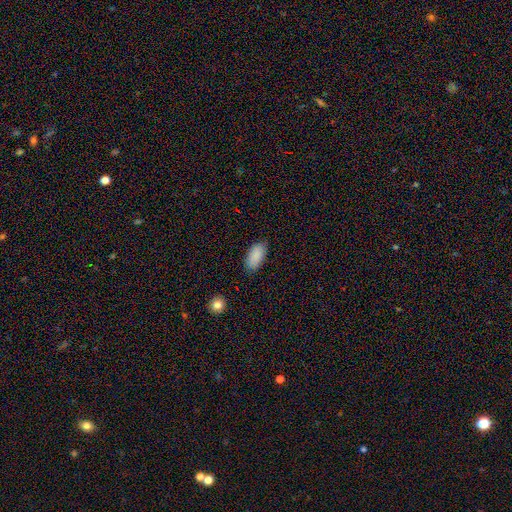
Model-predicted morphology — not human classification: smooth_or_featured: smooth (p=0.89) [alt: star or artifact p=0.07]
how_rounded: in between (p=0.93) [alt: cigar-shaped p=0.05]
merging: none (p=0.83) [alt: minor disturbance p=0.13]